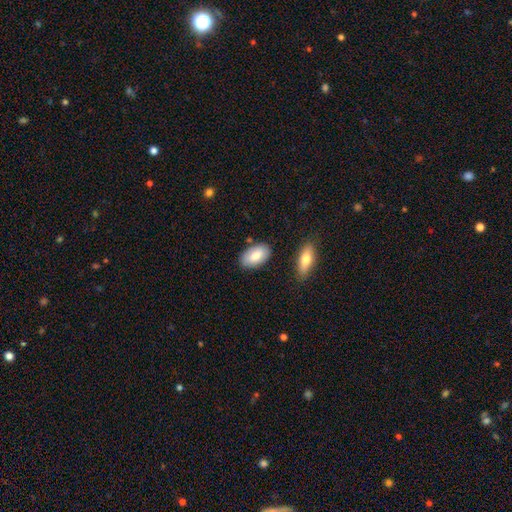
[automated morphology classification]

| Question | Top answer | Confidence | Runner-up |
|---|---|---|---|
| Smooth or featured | smooth | 78% | featured or disk (16%) |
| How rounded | in between | 94% | round (4%) |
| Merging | none | 81% | minor disturbance (12%) |